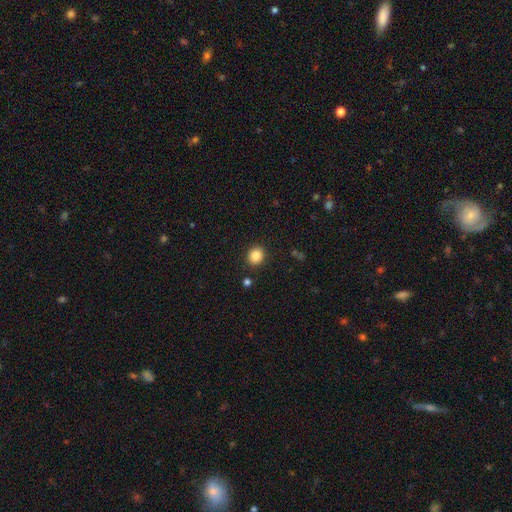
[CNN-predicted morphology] Q: Smooth or featured?
A: smooth (85%); runner-up: star or artifact (10%)
Q: How rounded?
A: round (76%); runner-up: in between (23%)
Q: Merging?
A: none (89%); runner-up: minor disturbance (7%)